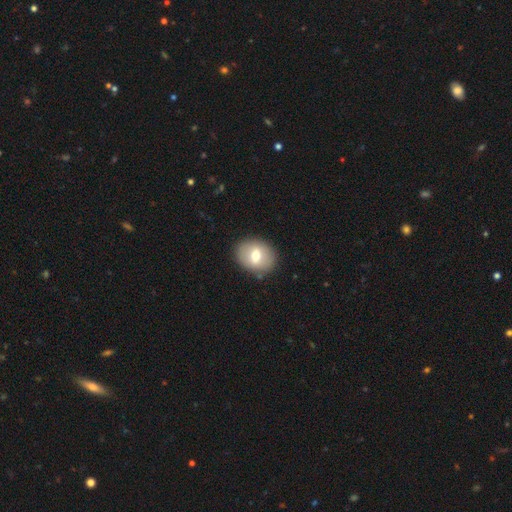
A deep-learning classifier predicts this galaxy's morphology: The model was most divided on "how rounded": round: 55%, in between: 44%, cigar-shaped: 1%. More confident: merging — none (85%); smooth or featured — smooth (65%).